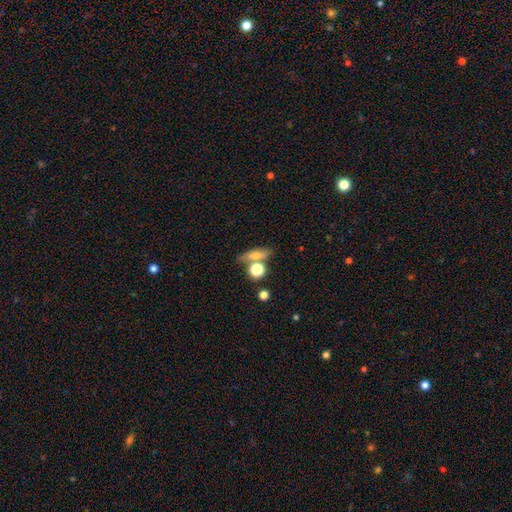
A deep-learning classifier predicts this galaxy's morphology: type=smooth (59%); roundness=in between (39%); merging=none (59%).